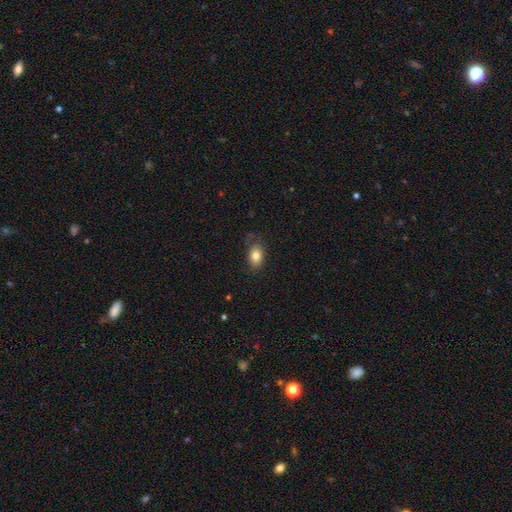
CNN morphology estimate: Smooth or featured?
  - smooth: 81% *
  - featured or disk: 11%
  - star or artifact: 9%
How rounded?
  - in between: 84% *
  - round: 14%
  - cigar-shaped: 2%
Merging?
  - none: 69% *
  - minor disturbance: 22%
  - major disturbance: 8%
  - merger: 2%